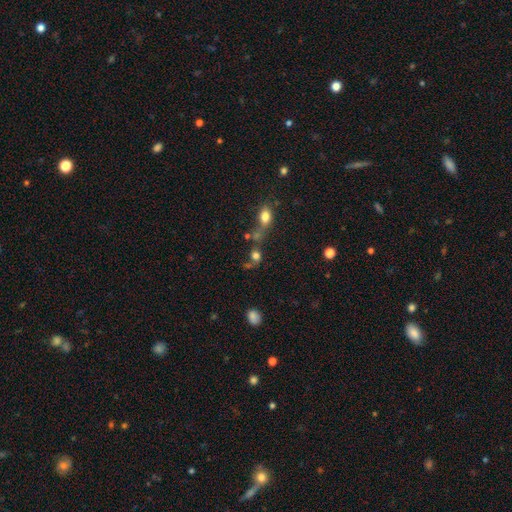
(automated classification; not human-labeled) Smooth or featured? Predicted: smooth (p=0.71). How rounded? Predicted: round (p=0.73). Merging? Predicted: none (p=0.43).